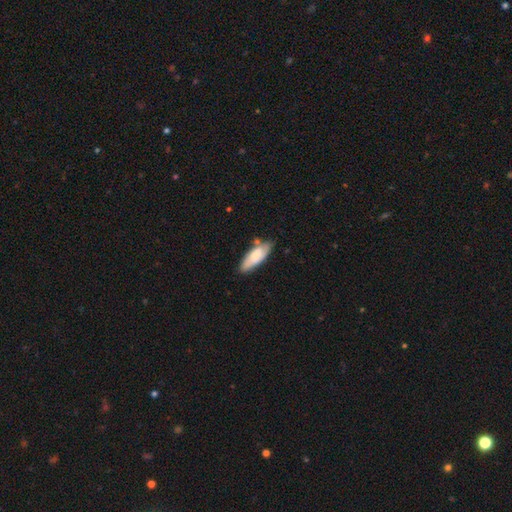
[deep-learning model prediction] smooth-or-featured: smooth: 71% | featured or disk: 23% | star or artifact: 6%
  how-rounded: in between: 65% | cigar-shaped: 33% | round: 2%
  merging: none: 69% | minor disturbance: 21% | merger: 7% | major disturbance: 4%